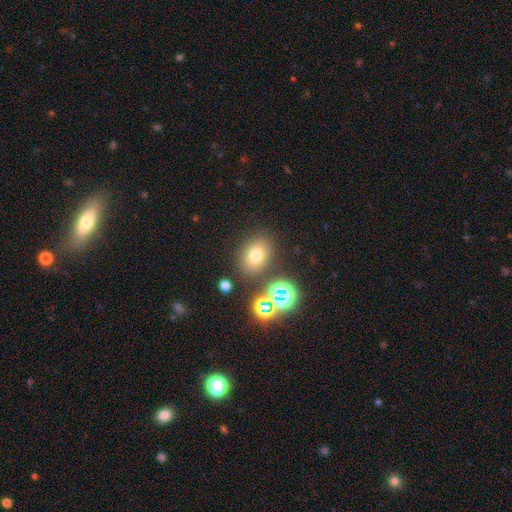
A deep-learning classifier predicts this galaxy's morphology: smooth 68%, star or artifact 21%, featured or disk 11%. Down the decision tree: how rounded — in between (52%); merging — none (79%).